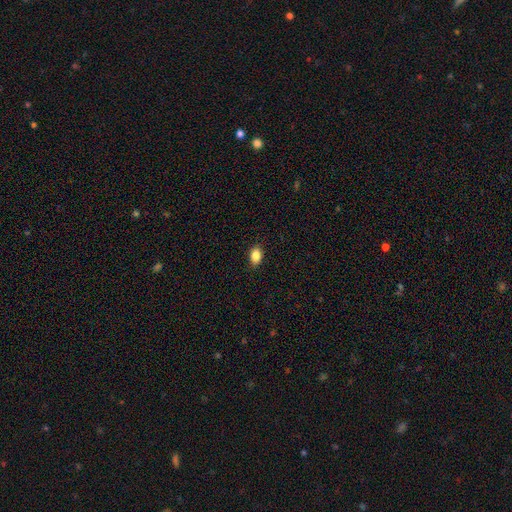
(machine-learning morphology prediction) smooth 87%, star or artifact 9%, featured or disk 4%. Down the decision tree: how rounded — in between (82%); merging — none (88%).